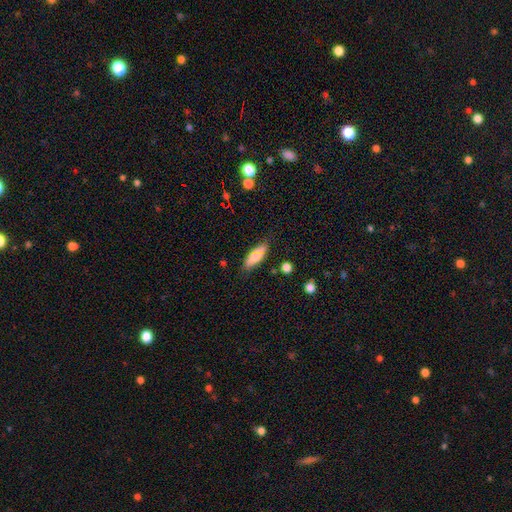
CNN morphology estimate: A smooth galaxy with no disk features (72%) that is in between round and cigar-shaped (58%). Merging: none (77%).